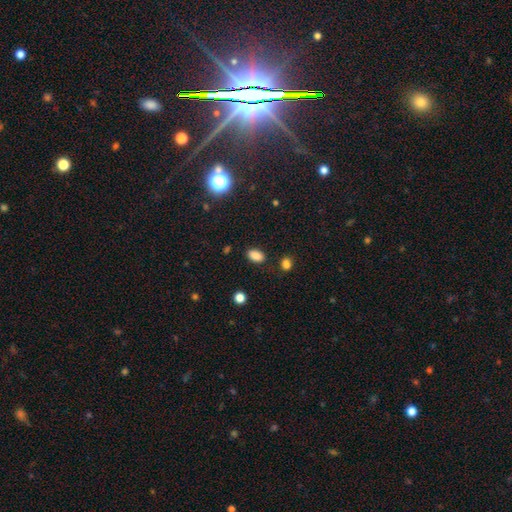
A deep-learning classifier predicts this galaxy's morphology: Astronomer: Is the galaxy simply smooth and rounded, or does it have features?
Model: smooth — 85%.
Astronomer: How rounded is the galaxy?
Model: in between — 89%.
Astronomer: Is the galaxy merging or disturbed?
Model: none — 84%.